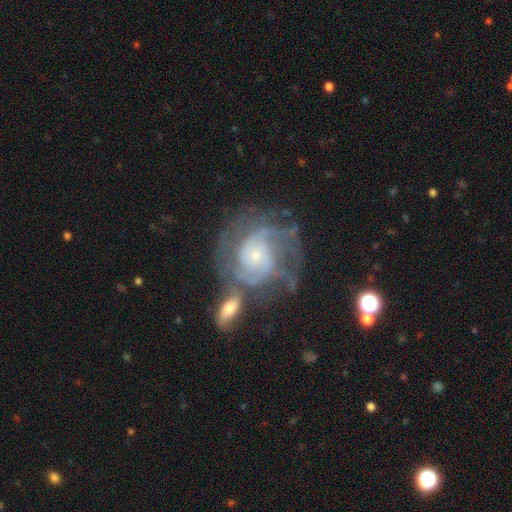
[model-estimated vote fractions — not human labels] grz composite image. It shows a featured or disk galaxy (85%) with no bar (67%), 2 (35%) tight (54%) spiral arms (95%) and a small central bulge (63%). Merging: none (47%).